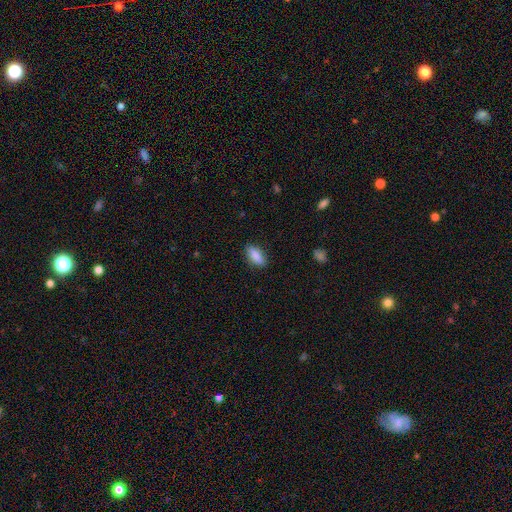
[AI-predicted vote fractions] Overall: smooth (85%). How rounded: in between (78%). Merging: none (85%).